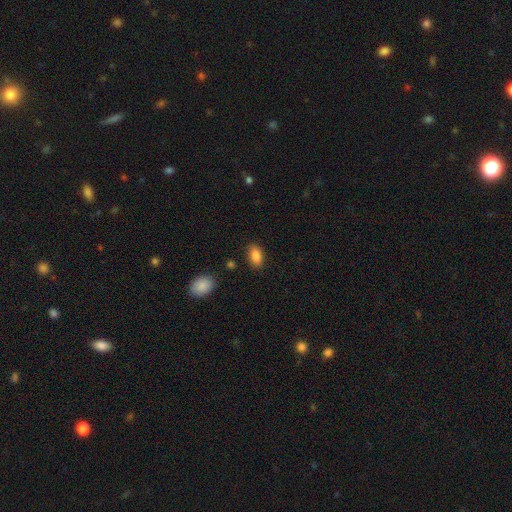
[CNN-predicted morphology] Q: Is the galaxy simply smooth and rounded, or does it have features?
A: smooth — 87%.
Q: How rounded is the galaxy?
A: in between — 91%.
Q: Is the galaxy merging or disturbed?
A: none — 85%.